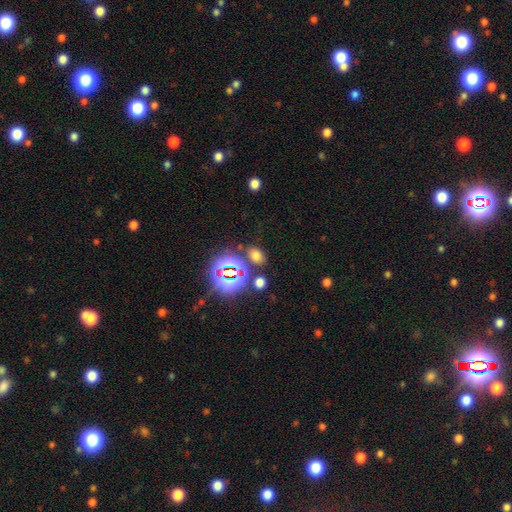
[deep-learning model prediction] Morphology: type=smooth (60%); roundness=in between (74%); merging=none (77%).